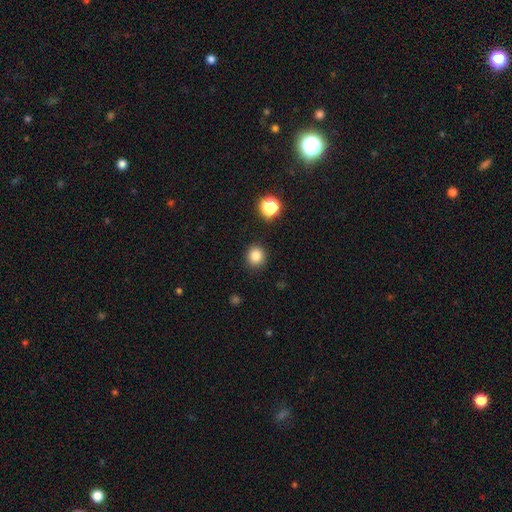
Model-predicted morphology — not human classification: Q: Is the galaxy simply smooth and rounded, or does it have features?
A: smooth — 84%.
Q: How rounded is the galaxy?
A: round — 90%.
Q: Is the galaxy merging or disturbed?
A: none — 90%.